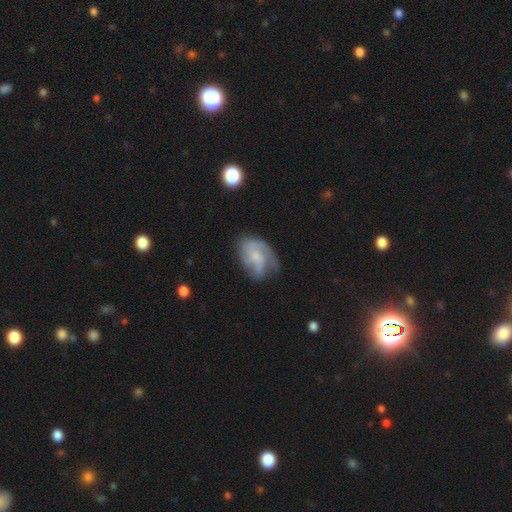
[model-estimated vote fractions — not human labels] Smooth or featured? featured or disk (61%)
Edge-on disk? no (97%)
Bar? no (63%)
Spiral arms? yes (82%)
Bulge size? small (40%)
Merging? none (49%)